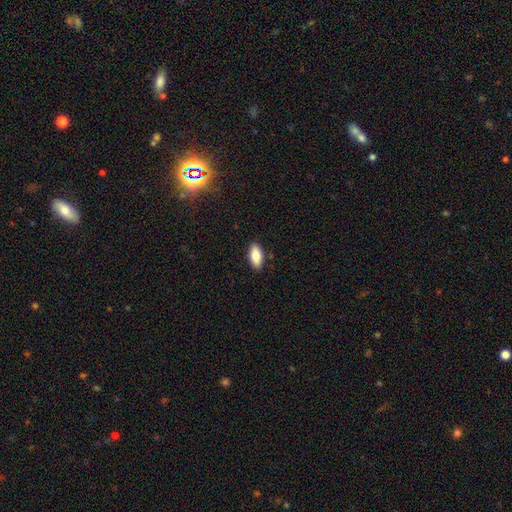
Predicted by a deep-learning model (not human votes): smooth 83%, featured or disk 10%, star or artifact 7%. Down the decision tree: how rounded — in between (88%); merging — none (88%).